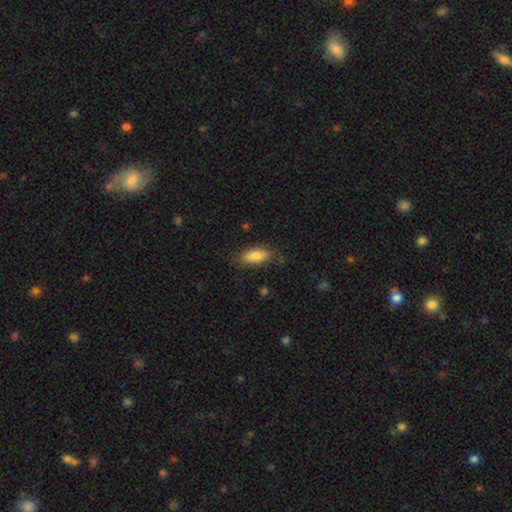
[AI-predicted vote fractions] A smooth galaxy with no disk features (81%) that is in between round and cigar-shaped (82%).

Vote fractions:
- Smooth or featured? smooth: 81% / featured or disk: 12% / star or artifact: 7%
- How rounded? in between: 82% / cigar-shaped: 15% / round: 2%
- Merging? none: 77% / minor disturbance: 17% / major disturbance: 4% / merger: 1%